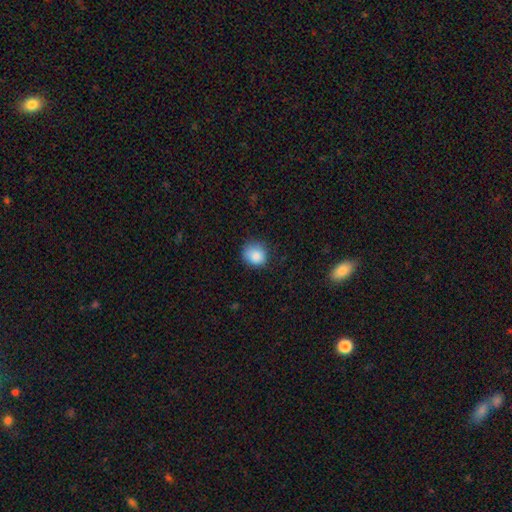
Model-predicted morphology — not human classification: type=smooth (86%); roundness=round (77%); merging=none (73%).